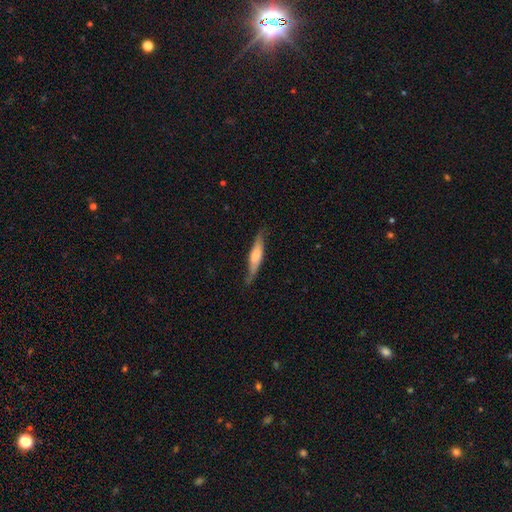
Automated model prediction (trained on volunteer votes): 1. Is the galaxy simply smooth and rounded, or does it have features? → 51% smooth, 43% featured or disk, 6% star or artifact.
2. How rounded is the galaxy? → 79% cigar-shaped, 19% in between, 2% round.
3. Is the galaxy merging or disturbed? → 74% none, 20% minor disturbance, 4% major disturbance, 1% merger.